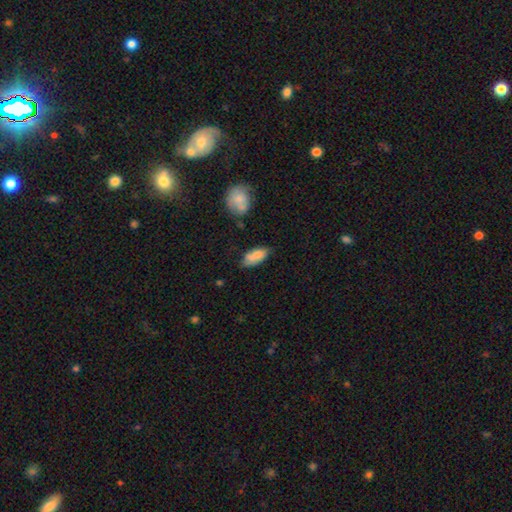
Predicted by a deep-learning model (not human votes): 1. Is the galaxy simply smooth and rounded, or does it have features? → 73% smooth, 20% featured or disk, 7% star or artifact.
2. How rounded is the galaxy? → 84% in between, 14% cigar-shaped, 2% round.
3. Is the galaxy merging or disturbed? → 60% none, 29% minor disturbance, 7% major disturbance, 4% merger.